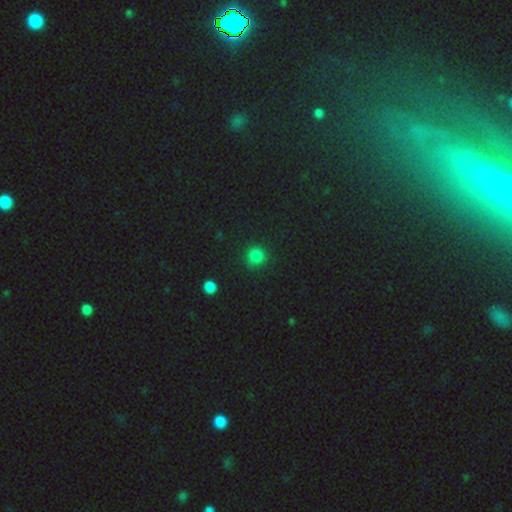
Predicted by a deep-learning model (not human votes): A smooth galaxy with no disk features (80%) that is round (91%).

Vote fractions:
- Smooth or featured? smooth: 80% / star or artifact: 16% / featured or disk: 4%
- How rounded? round: 91% / in between: 8% / cigar-shaped: 1%
- Merging? none: 87% / minor disturbance: 8% / major disturbance: 3% / merger: 2%